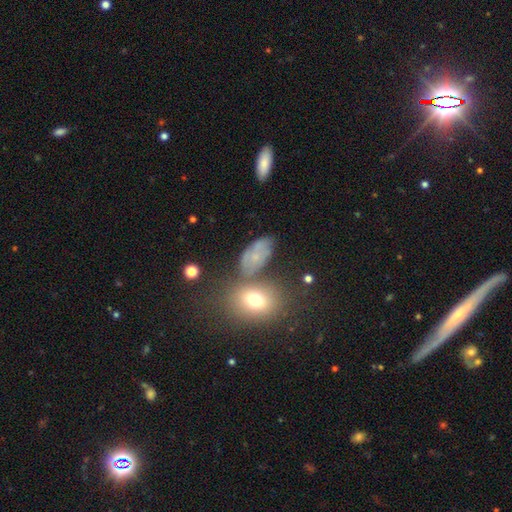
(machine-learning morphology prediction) smooth 49%, featured or disk 36%, star or artifact 15%. Down the decision tree: merging — none (51%).